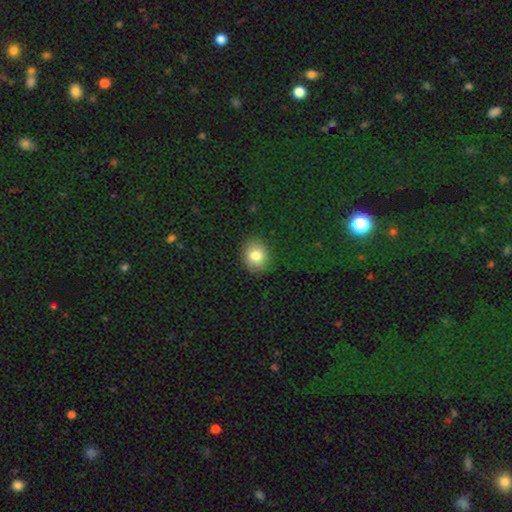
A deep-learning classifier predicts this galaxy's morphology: Overall: smooth (81%). How rounded: round (67%; in between 32%). Merging: none (90%).